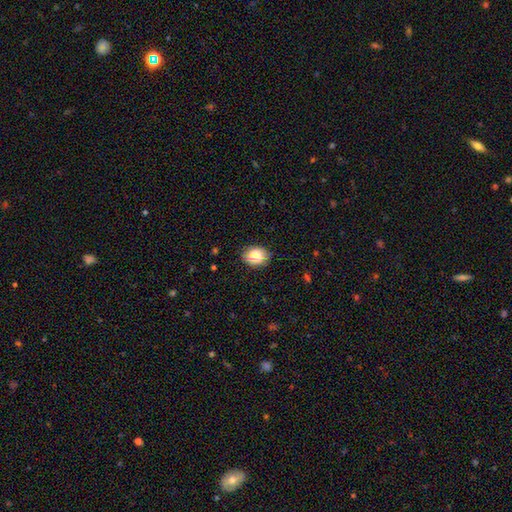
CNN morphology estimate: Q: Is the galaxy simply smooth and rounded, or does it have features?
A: smooth — 85%.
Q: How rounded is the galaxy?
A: in between — 64%.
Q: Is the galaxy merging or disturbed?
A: none — 84%.